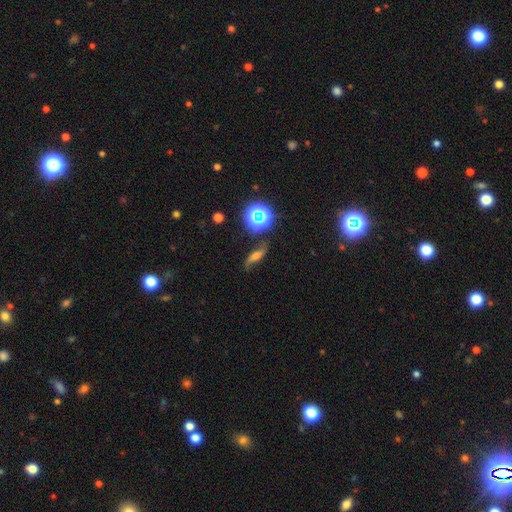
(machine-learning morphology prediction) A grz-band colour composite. It shows a featured or disk galaxy (54%). Merging: none (70%).